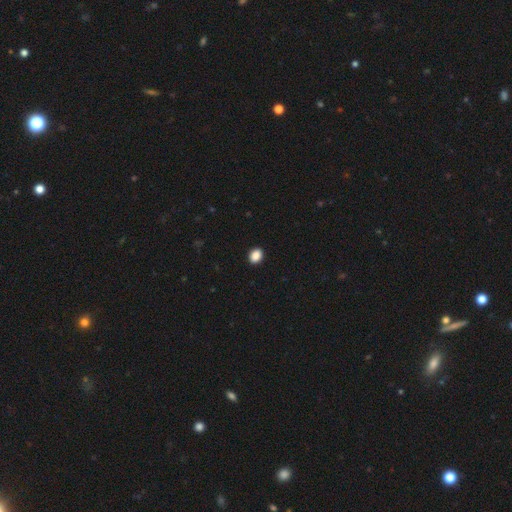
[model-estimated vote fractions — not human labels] smooth 89%, star or artifact 8%, featured or disk 2%. Down the decision tree: how rounded — in between (56%); merging — none (92%).